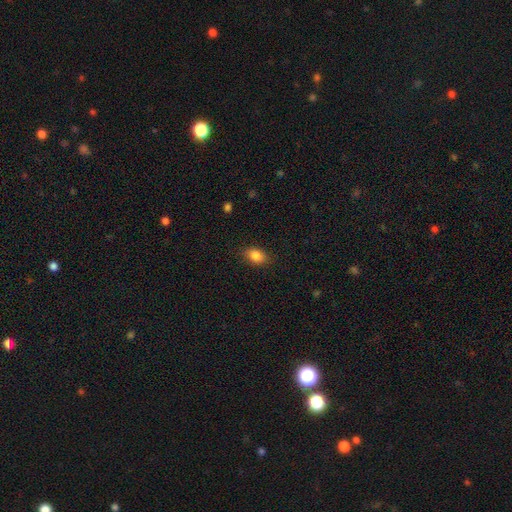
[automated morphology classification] smooth-or-featured: smooth: 85% | star or artifact: 9% | featured or disk: 7%
  how-rounded: in between: 78% | round: 19% | cigar-shaped: 2%
  merging: none: 85% | minor disturbance: 11% | major disturbance: 3% | merger: 1%